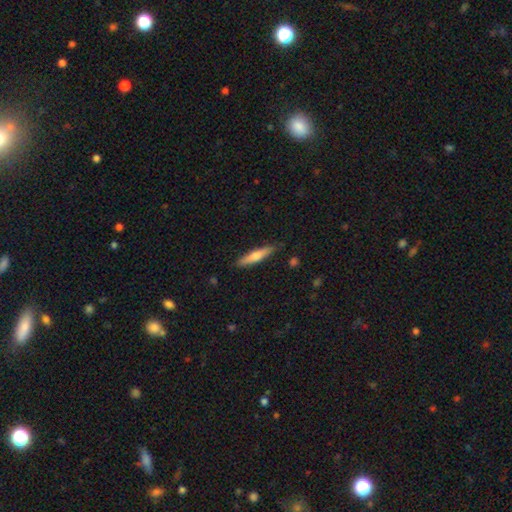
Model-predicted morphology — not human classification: Q: Smooth or featured?
A: smooth (58%); runner-up: featured or disk (36%)
Q: How rounded?
A: cigar-shaped (86%); runner-up: in between (12%)
Q: Merging?
A: none (86%); runner-up: minor disturbance (10%)